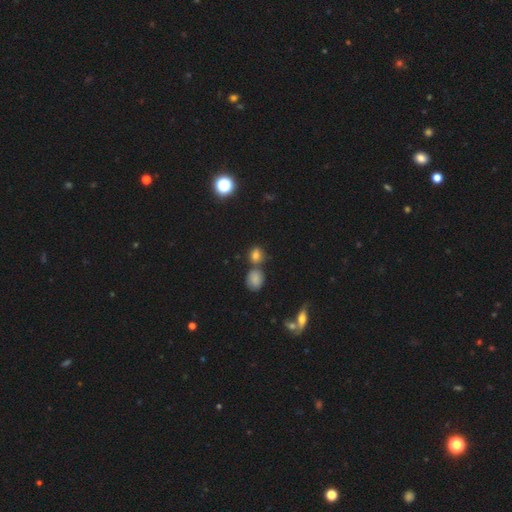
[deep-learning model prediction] The model was most divided on "how rounded": round: 61%, in between: 37%, cigar-shaped: 2%. More confident: smooth or featured — smooth (74%); merging — none (59%).